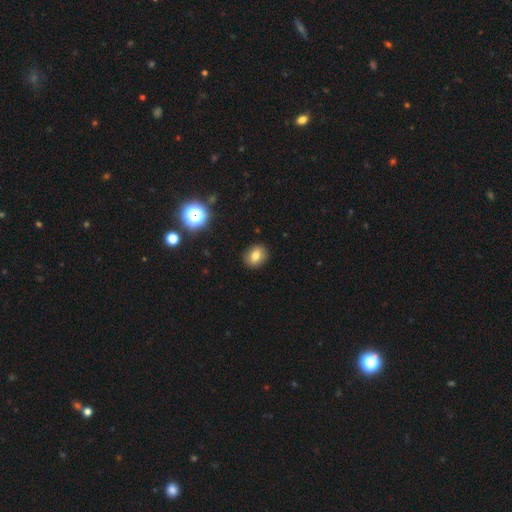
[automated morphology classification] Smooth or featured: smooth — 74% (featured or disk — 13%)
How rounded: round — 61% (in between — 38%)
Merging: none — 89% (minor disturbance — 7%)